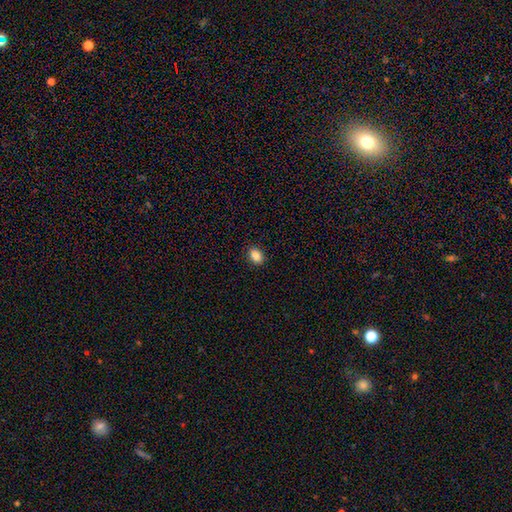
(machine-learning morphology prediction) Smooth or featured: smooth — 86% (star or artifact — 9%)
How rounded: in between — 78% (round — 21%)
Merging: none — 90% (minor disturbance — 7%)